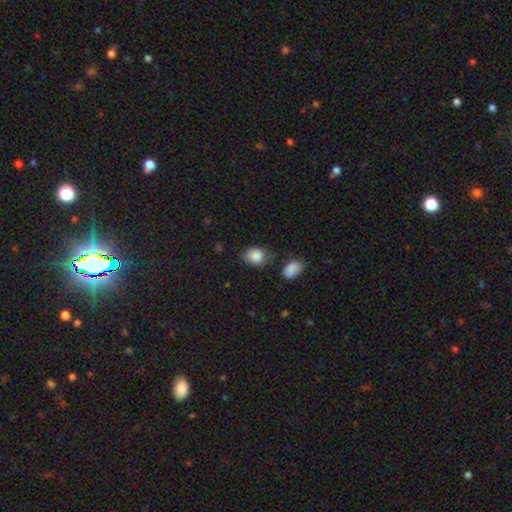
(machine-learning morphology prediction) smooth-or-featured: smooth: 86% | star or artifact: 8% | featured or disk: 6%
  how-rounded: in between: 56% | round: 43% | cigar-shaped: 1%
  merging: none: 58% | minor disturbance: 29% | major disturbance: 8% | merger: 6%